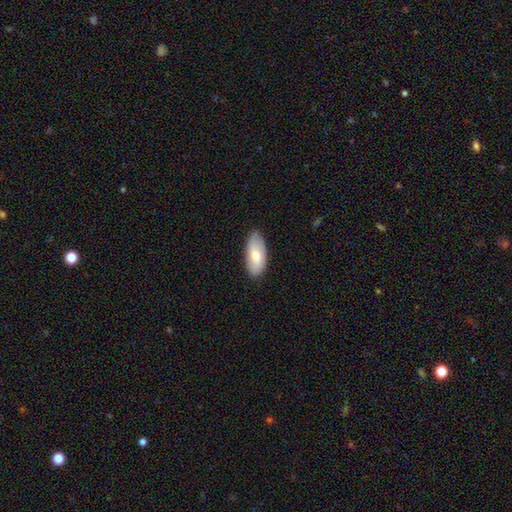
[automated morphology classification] A smooth galaxy with no disk features (71%) that is in between round and cigar-shaped (90%).

Vote fractions:
- Smooth or featured? smooth: 71% / featured or disk: 23% / star or artifact: 6%
- How rounded? in between: 90% / cigar-shaped: 8% / round: 2%
- Merging? none: 83% / minor disturbance: 14% / major disturbance: 2% / merger: 1%